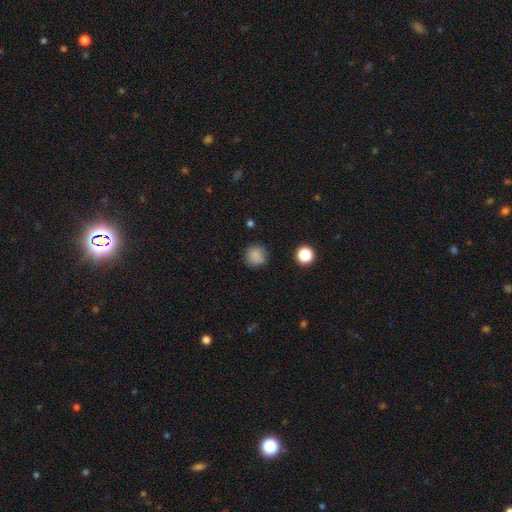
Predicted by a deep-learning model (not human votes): Morphology: type=smooth (84%); roundness=round (91%); merging=none (84%).